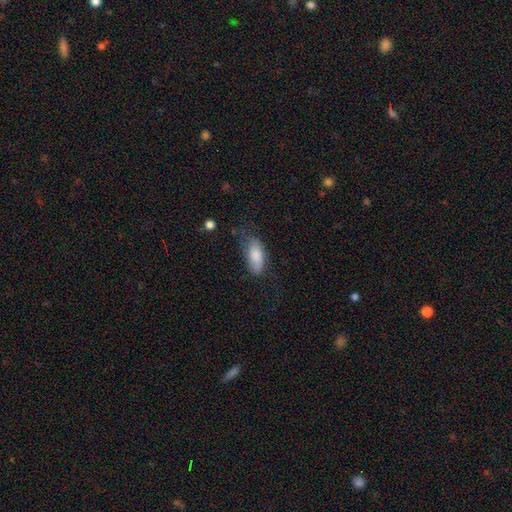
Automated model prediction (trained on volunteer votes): smooth_or_featured: smooth (p=0.81) [alt: featured or disk p=0.13]
how_rounded: in between (p=0.86) [alt: cigar-shaped p=0.12]
merging: none (p=0.49) [alt: minor disturbance p=0.34]